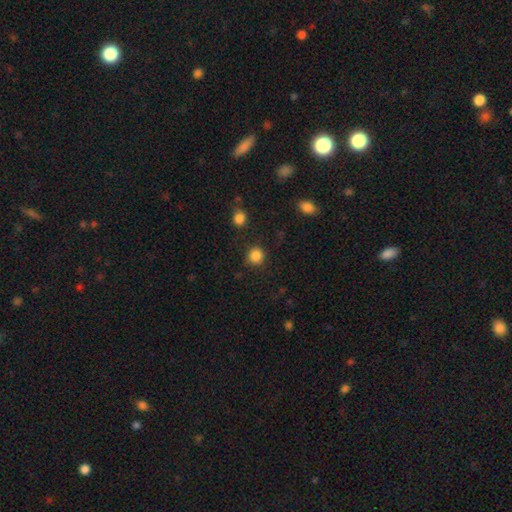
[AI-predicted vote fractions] Q: Smooth or featured?
A: smooth (86%); runner-up: star or artifact (11%)
Q: How rounded?
A: round (91%); runner-up: in between (8%)
Q: Merging?
A: none (86%); runner-up: minor disturbance (8%)